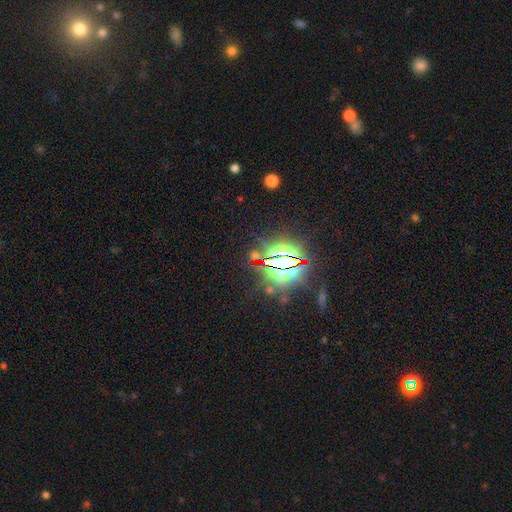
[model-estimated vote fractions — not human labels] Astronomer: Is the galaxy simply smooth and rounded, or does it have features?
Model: star or artifact — 83%.